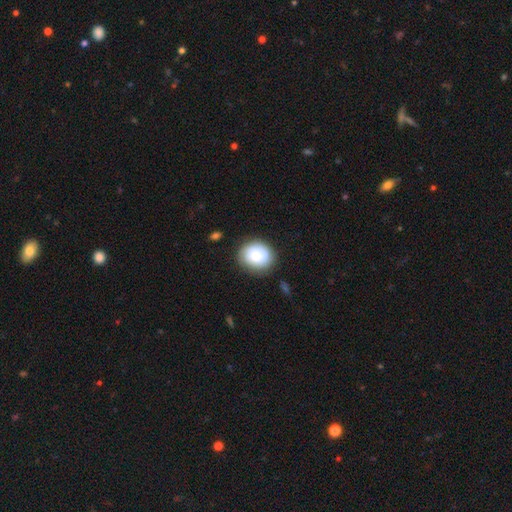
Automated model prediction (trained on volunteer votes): A smooth galaxy with no disk features (56%) that is round (67%).

Vote fractions:
- Smooth or featured? smooth: 56% / featured or disk: 37% / star or artifact: 8%
- How rounded? round: 67% / in between: 32% / cigar-shaped: 1%
- Merging? none: 77% / minor disturbance: 16% / major disturbance: 5% / merger: 2%